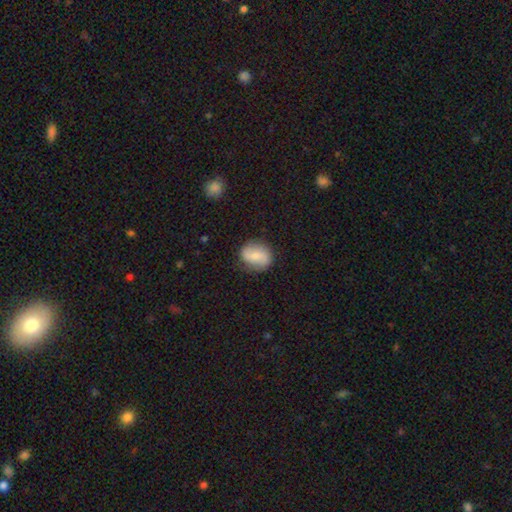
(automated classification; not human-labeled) This appears to be a smooth galaxy with no disk features (51%) that is round (65%). Merging: none (81%).